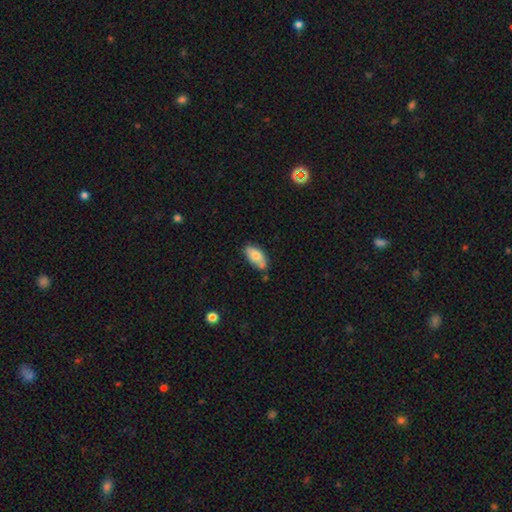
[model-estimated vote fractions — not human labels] Smooth or featured?
  - smooth: 74% *
  - featured or disk: 19%
  - star or artifact: 7%
How rounded?
  - in between: 91% *
  - cigar-shaped: 6%
  - round: 3%
Merging?
  - none: 63% *
  - minor disturbance: 24%
  - merger: 9%
  - major disturbance: 4%